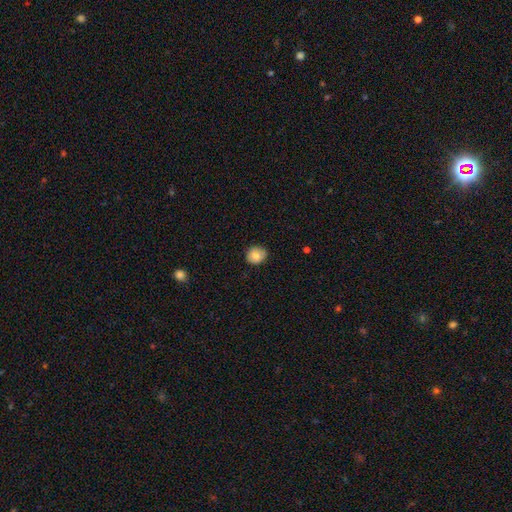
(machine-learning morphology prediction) Smooth or featured? Predicted: smooth (p=0.80). How rounded? Predicted: round (p=0.78). Merging? Predicted: none (p=0.84).